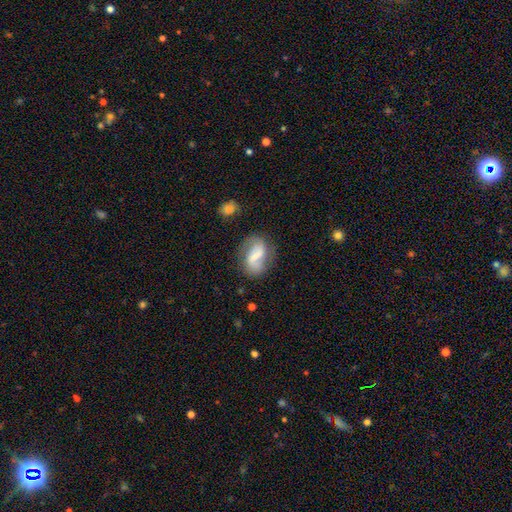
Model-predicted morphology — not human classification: A featured or disk galaxy (59%) with a strong bar (42%), spiral arms (82%) and a small central bulge (37%). Merging: none (66%).